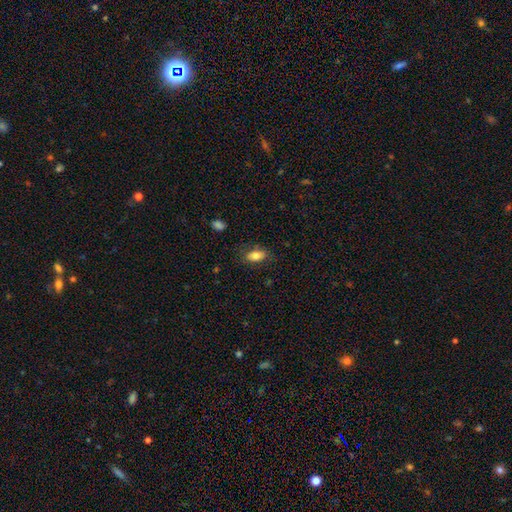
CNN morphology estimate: smooth-or-featured: smooth: 80% | featured or disk: 12% | star or artifact: 8%
  how-rounded: in between: 89% | round: 6% | cigar-shaped: 5%
  merging: none: 79% | minor disturbance: 15% | major disturbance: 4% | merger: 1%